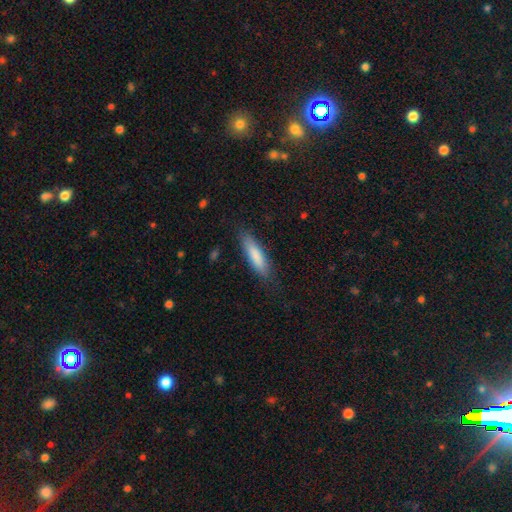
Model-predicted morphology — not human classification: Smooth or featured? smooth (84%)
How rounded? cigar-shaped (66%)
Merging? none (83%)